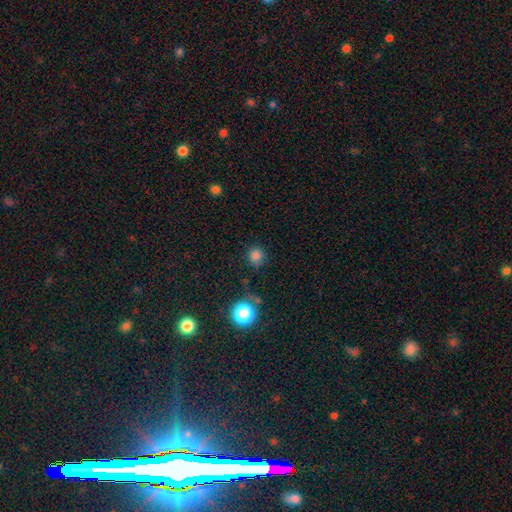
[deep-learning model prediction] The model was most divided on "smooth or featured": smooth: 80%, star or artifact: 16%, featured or disk: 4%. More confident: how rounded — round (91%); merging — none (83%).